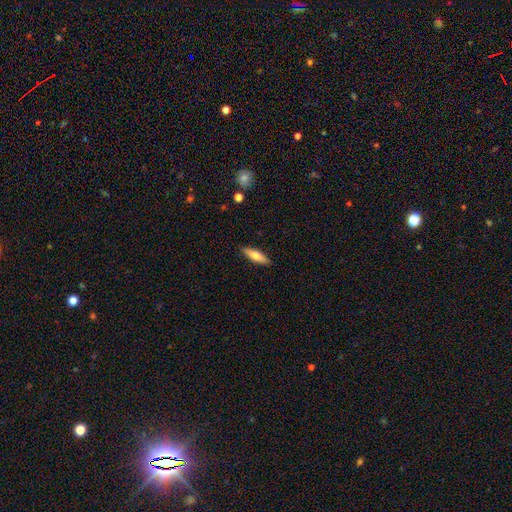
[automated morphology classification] Smooth or featured? smooth (67%)
How rounded? cigar-shaped (60%)
Merging? none (88%)